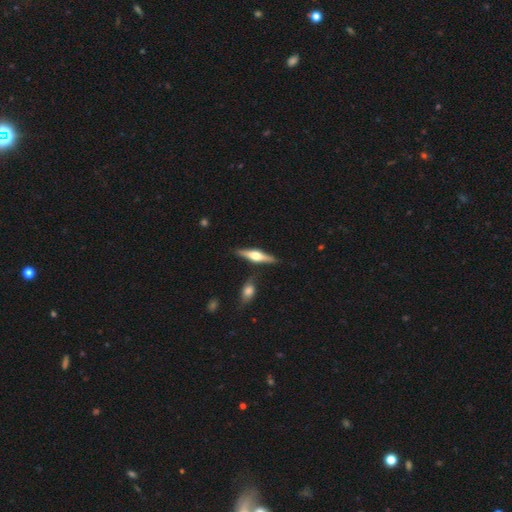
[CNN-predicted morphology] smooth-or-featured: featured or disk: 68% | smooth: 26% | star or artifact: 6%
  disk-edge-on: yes: 96% | no: 4%
    edge-on-bulge: rounded: 94% | boxy: 4% | none: 2%
  merging: none: 83% | minor disturbance: 9% | merger: 6% | major disturbance: 2%